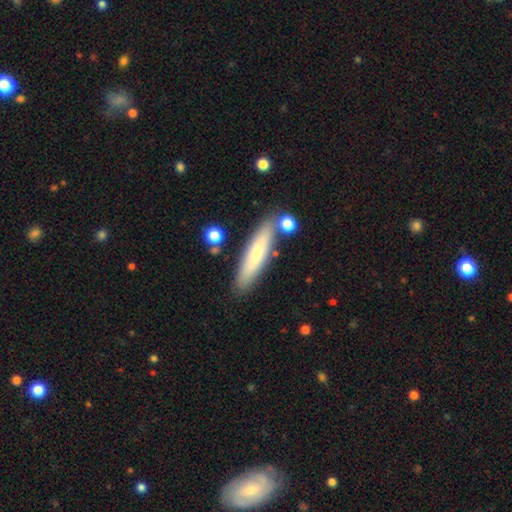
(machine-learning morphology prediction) A smooth galaxy with no disk features (66%) that is cigar-shaped (83%). Merging: none (81%).